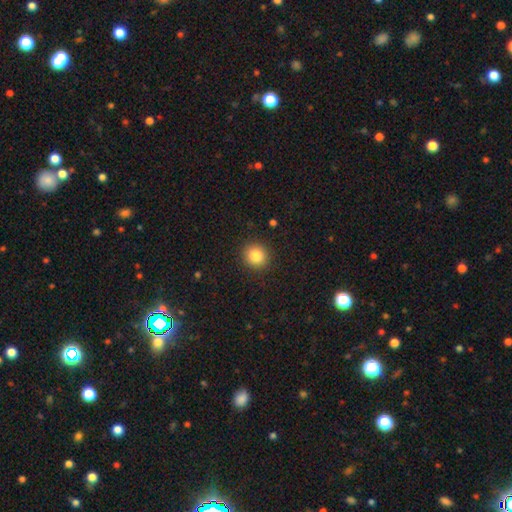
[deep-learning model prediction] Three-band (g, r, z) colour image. It shows a smooth galaxy with no disk features (84%) that is round (91%). Merging: none (91%).